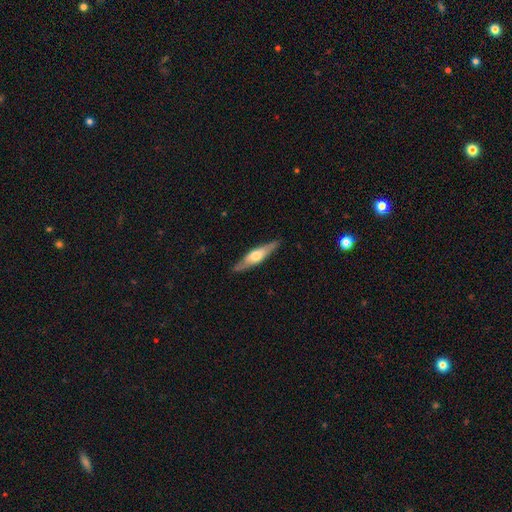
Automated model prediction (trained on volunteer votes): A featured or disk galaxy (58%) viewed edge-on (88%) with a rounded central bulge (88%). Merging: none (86%).